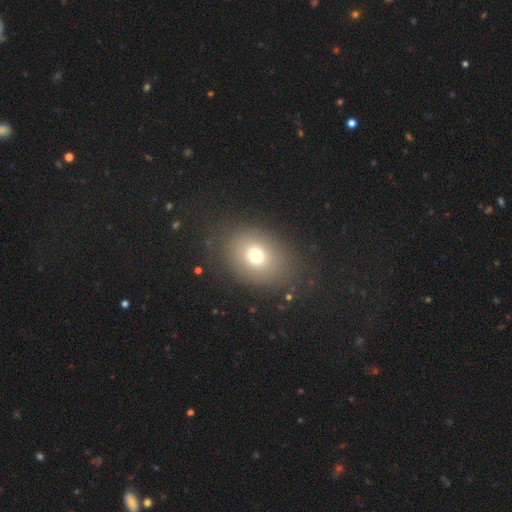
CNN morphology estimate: Smooth or featured: smooth — 71% (star or artifact — 15%)
How rounded: in between — 56% (round — 43%)
Merging: none — 82% (minor disturbance — 10%)